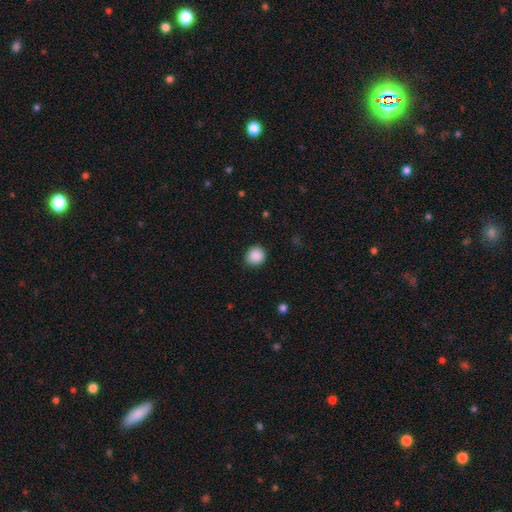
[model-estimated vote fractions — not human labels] Overall: smooth (89%). How rounded: round (88%). Merging: none (87%).